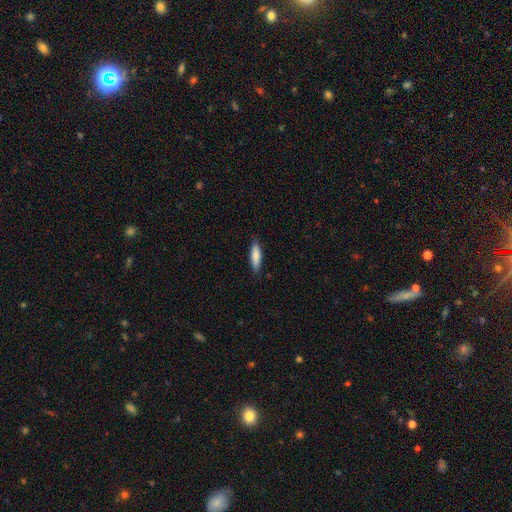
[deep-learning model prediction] Smooth or featured: smooth — 83% (featured or disk — 11%)
How rounded: cigar-shaped — 62% (in between — 37%)
Merging: none — 85% (minor disturbance — 12%)